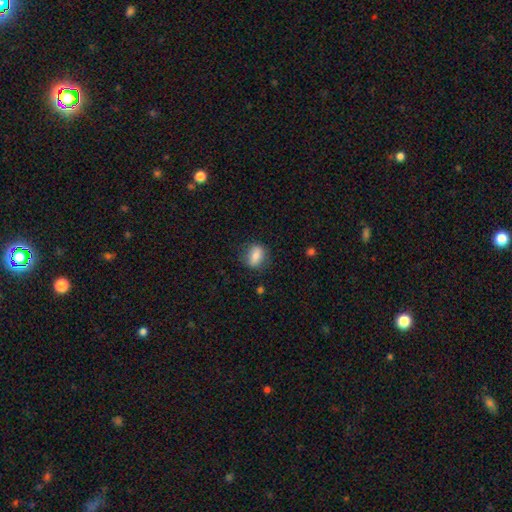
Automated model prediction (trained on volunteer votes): This is likely a smooth galaxy (77%). How rounded: likely in between (65%). Merging: likely none (78%).